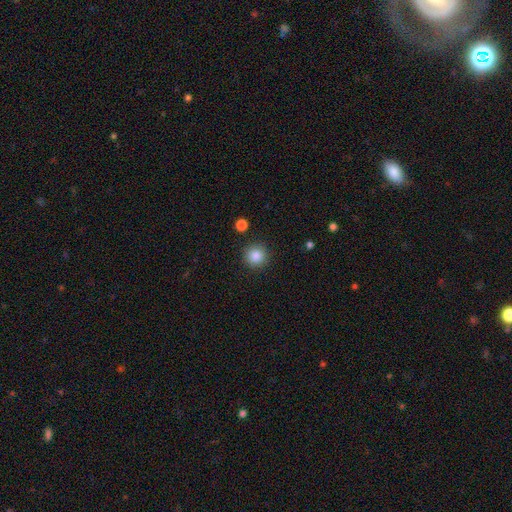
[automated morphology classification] The model was most divided on "smooth or featured": smooth: 86%, star or artifact: 10%, featured or disk: 4%. More confident: how rounded — round (95%); merging — none (90%).